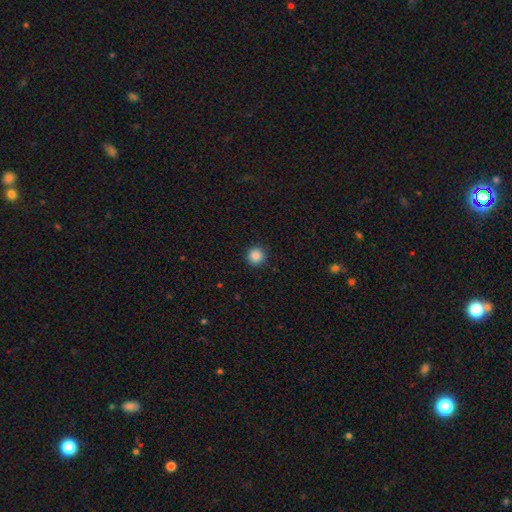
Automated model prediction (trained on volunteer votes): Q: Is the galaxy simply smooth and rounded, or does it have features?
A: smooth — 87%.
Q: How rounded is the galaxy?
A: round — 95%.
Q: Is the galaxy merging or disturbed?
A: none — 92%.